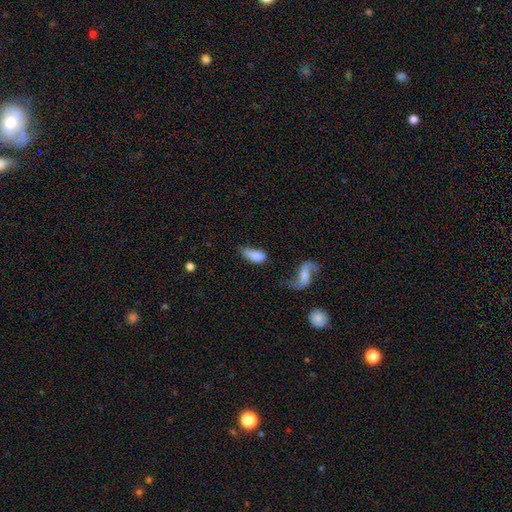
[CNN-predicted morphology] This appears to be a smooth galaxy with no disk features (75%) that is in between round and cigar-shaped (85%). Merging: none (33%).